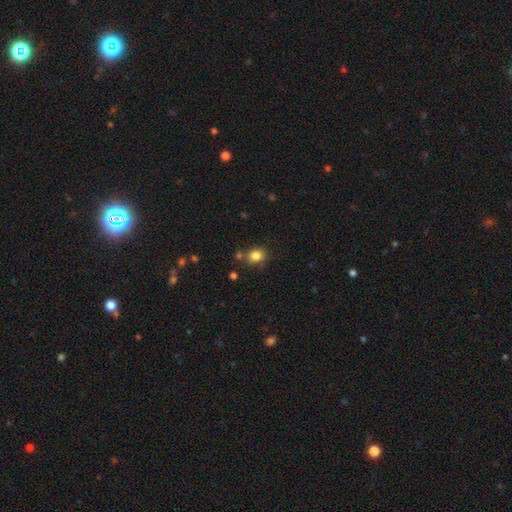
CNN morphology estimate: smooth-or-featured: smooth: 83% | star or artifact: 11% | featured or disk: 6%
  how-rounded: round: 58% | in between: 41% | cigar-shaped: 1%
  merging: none: 73% | minor disturbance: 14% | merger: 9% | major disturbance: 4%